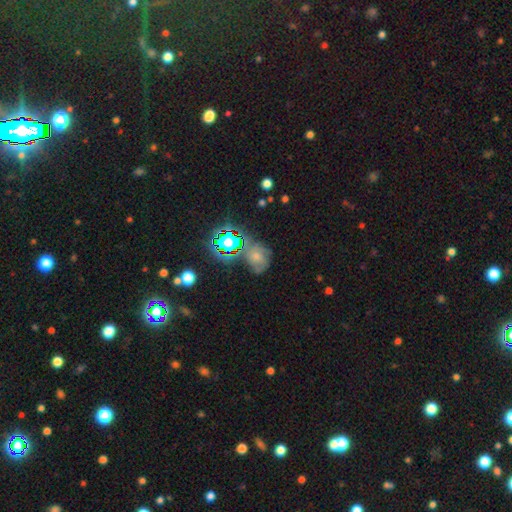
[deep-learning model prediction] This appears to be a smooth galaxy with no disk features (39%). Merging: none (50%).